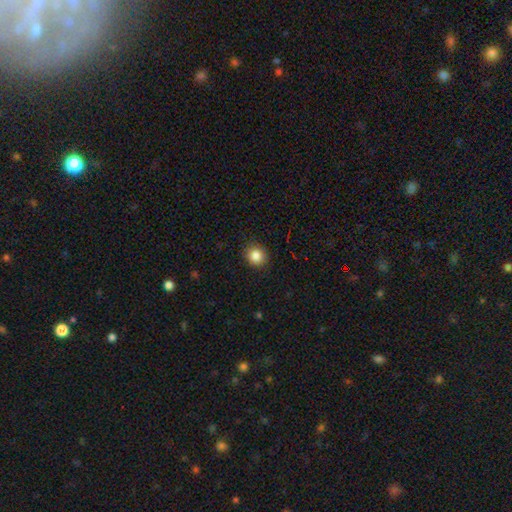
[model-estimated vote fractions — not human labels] Overall: smooth (86%). How rounded: round (84%). Merging: none (88%).